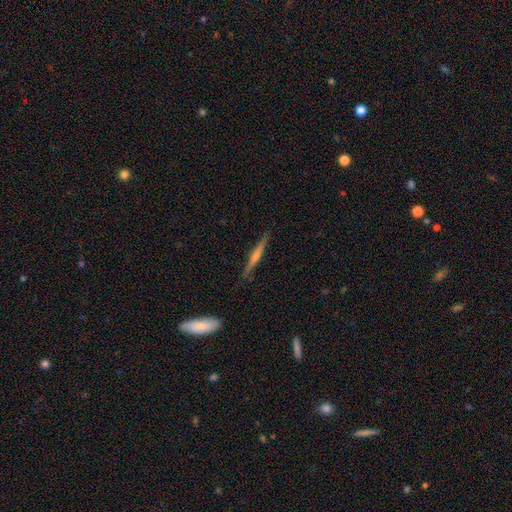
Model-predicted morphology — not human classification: Smooth or featured?
  - featured or disk: 65% *
  - smooth: 24%
  - star or artifact: 11%
Edge-on disk?
  - yes: 96% *
  - no: 4%
Edge-on bulge?
  - rounded: 74% *
  - none: 18%
  - boxy: 8%
Merging?
  - none: 87% *
  - minor disturbance: 9%
  - major disturbance: 2%
  - merger: 2%